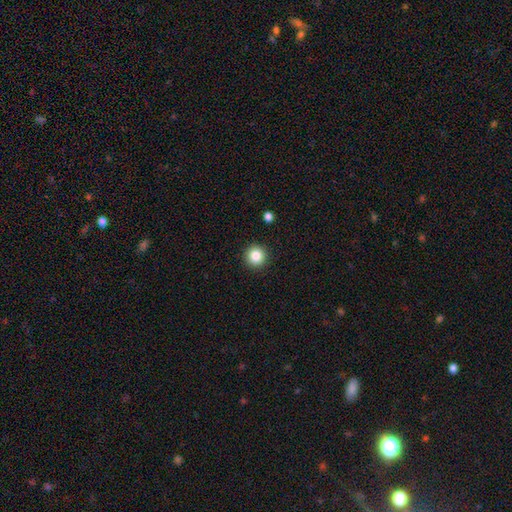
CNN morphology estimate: Smooth or featured: smooth — 85% (star or artifact — 11%)
How rounded: round — 95% (in between — 4%)
Merging: none — 92% (minor disturbance — 5%)